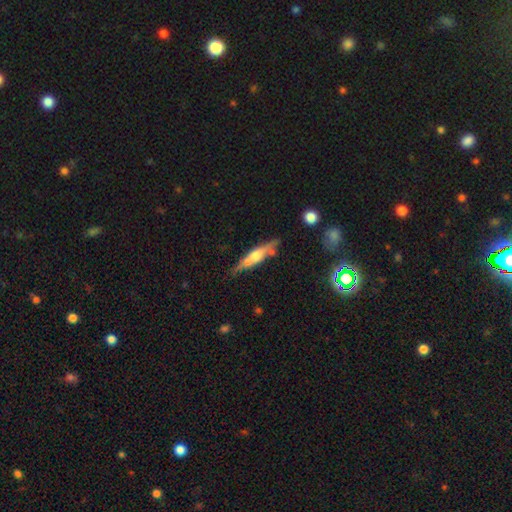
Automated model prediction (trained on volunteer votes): smooth-or-featured: featured or disk: 52% | smooth: 41% | star or artifact: 6%
  disk-edge-on: yes: 87% | no: 13%
  merging: none: 67% | minor disturbance: 20% | merger: 8% | major disturbance: 5%